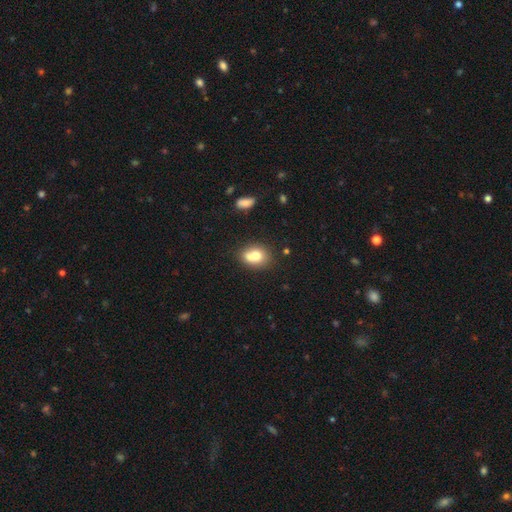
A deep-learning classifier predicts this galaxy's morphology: smooth_or_featured: smooth (p=0.71) [alt: featured or disk p=0.19]
how_rounded: in between (p=0.50) [alt: round p=0.49]
merging: merger (p=0.43) [alt: none p=0.40]